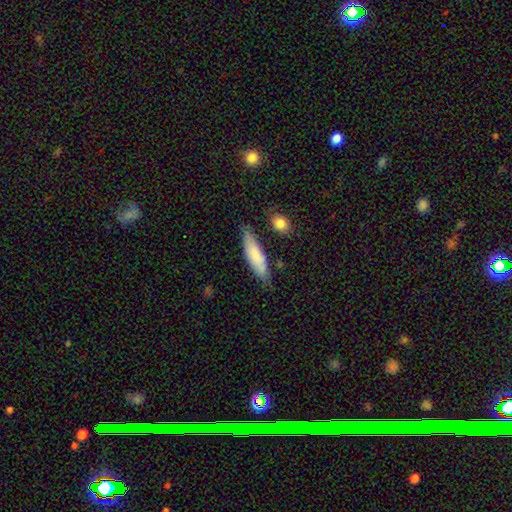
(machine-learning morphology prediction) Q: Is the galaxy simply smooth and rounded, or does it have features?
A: smooth — 76%.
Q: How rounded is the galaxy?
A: cigar-shaped — 66%.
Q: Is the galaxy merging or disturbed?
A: none — 75%.